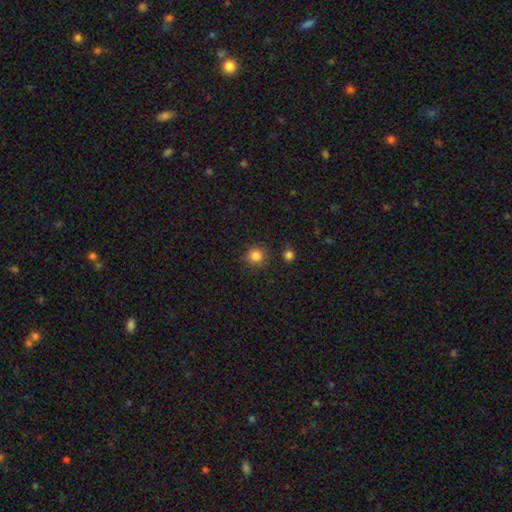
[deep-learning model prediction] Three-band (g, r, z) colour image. It shows a smooth galaxy with no disk features (85%) that is round (93%). Merging: none (87%).